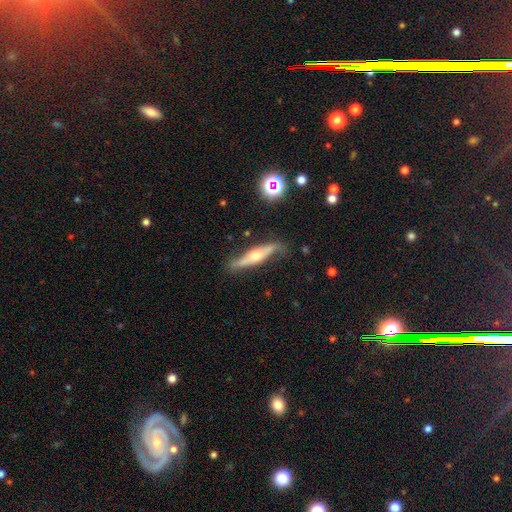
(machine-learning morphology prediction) featured or disk 67%, smooth 26%, star or artifact 7%. Down the decision tree: edge-on disk — yes (81%); edge-on bulge — rounded (90%); merging — none (75%).